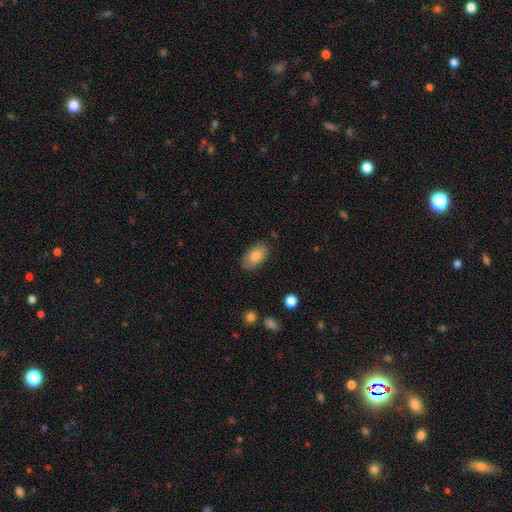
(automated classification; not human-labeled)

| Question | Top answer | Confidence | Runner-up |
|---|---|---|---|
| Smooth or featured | smooth | 83% | featured or disk (11%) |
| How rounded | in between | 93% | round (5%) |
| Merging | none | 81% | minor disturbance (14%) |